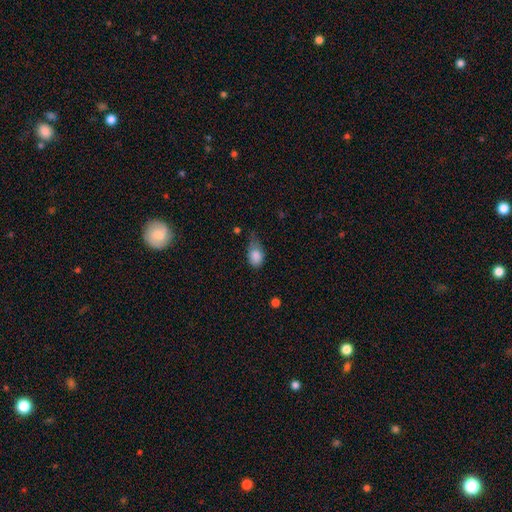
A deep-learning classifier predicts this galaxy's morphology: Smooth or featured: smooth — 84% (featured or disk — 8%)
How rounded: in between — 79% (round — 19%)
Merging: minor disturbance — 45% (none — 27%)